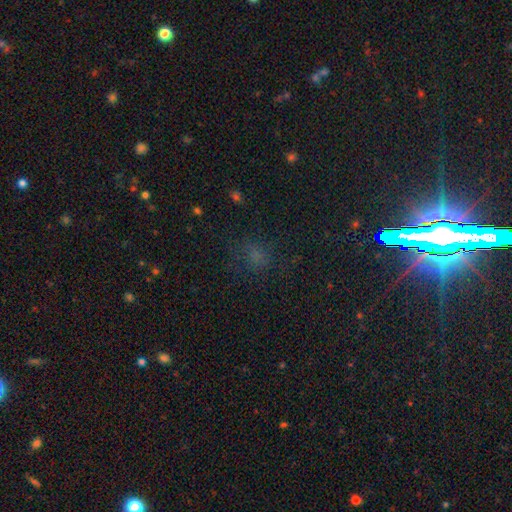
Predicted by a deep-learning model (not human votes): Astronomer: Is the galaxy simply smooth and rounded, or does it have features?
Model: smooth — 56% (runner-up: star or artifact, 35%).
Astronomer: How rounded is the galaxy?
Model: round — 64%.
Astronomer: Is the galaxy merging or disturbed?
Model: none — 69%.